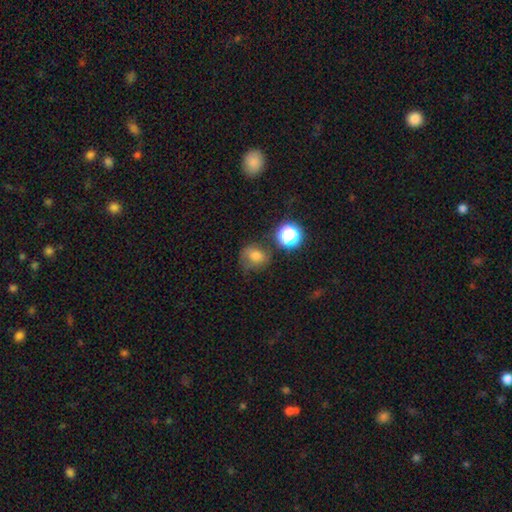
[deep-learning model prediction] Smooth or featured: smooth — 72% (star or artifact — 16%)
How rounded: round — 63% (in between — 36%)
Merging: none — 57% (minor disturbance — 25%)